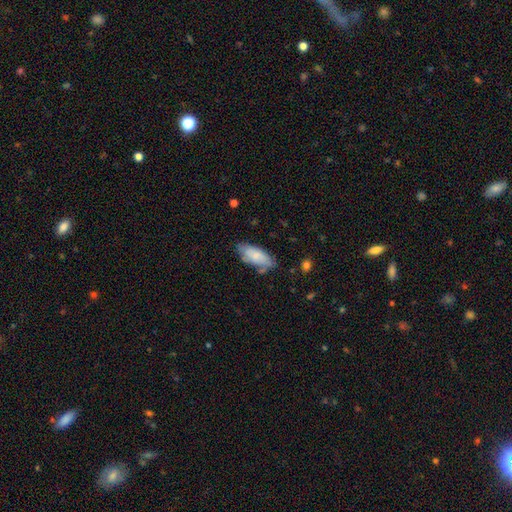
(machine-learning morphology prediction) Smooth or featured? Predicted: smooth (p=0.77). How rounded? Predicted: in between (p=0.82). Merging? Predicted: none (p=0.67).